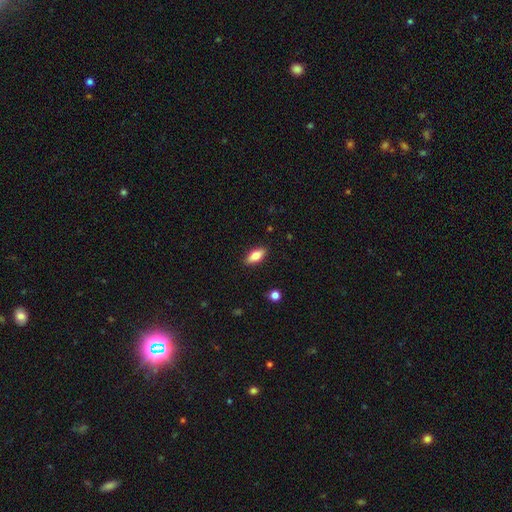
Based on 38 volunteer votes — Volunteers were most divided on "how rounded": in between: 61%, cigar-shaped: 35%, round: 4%. More confident: merging — none (86%); smooth or featured — smooth (61%).